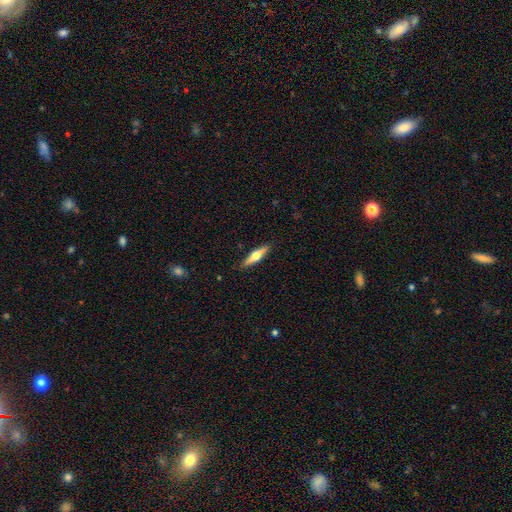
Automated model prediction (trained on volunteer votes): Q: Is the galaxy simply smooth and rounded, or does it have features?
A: featured or disk — 55%.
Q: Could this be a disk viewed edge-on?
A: yes — 95%.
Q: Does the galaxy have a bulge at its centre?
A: rounded — 95%.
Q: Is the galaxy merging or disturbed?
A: none — 90%.